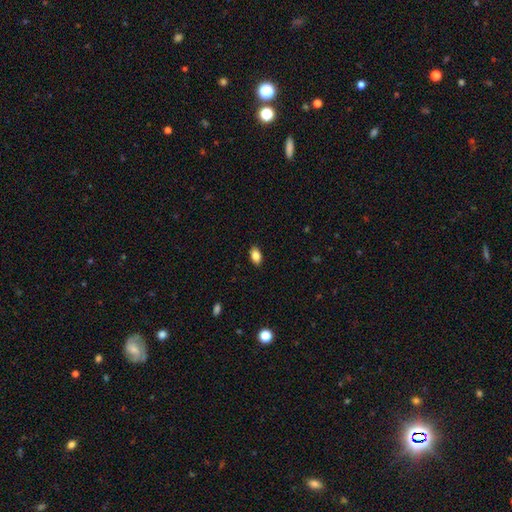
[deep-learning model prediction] smooth 86%, star or artifact 8%, featured or disk 6%. Down the decision tree: how rounded — in between (91%); merging — none (90%).